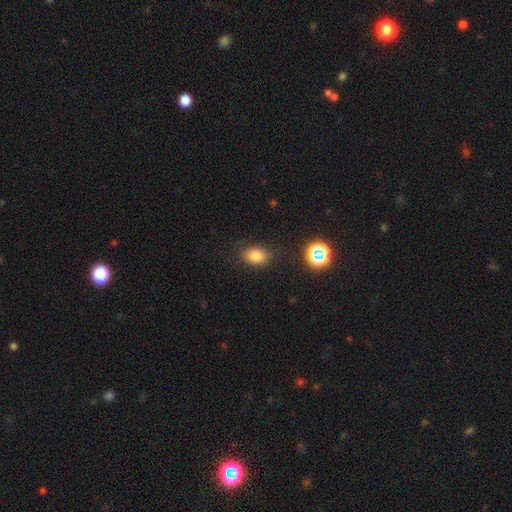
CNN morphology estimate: smooth_or_featured: smooth (p=0.79) [alt: star or artifact p=0.14]
how_rounded: in between (p=0.77) [alt: round p=0.21]
merging: none (p=0.83) [alt: minor disturbance p=0.12]